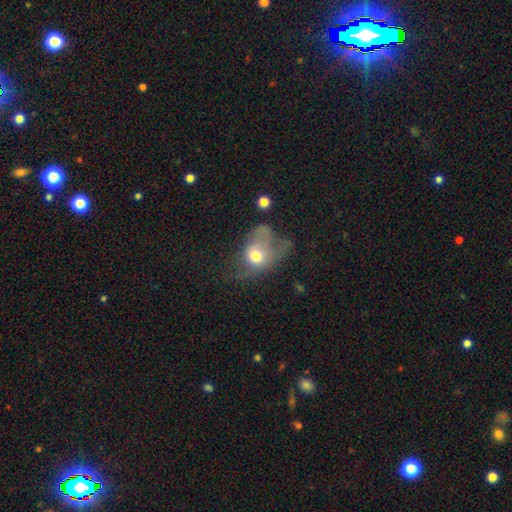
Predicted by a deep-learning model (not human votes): This is possibly a smooth galaxy (59%). How rounded: possibly in between (56%). Merging: possibly major disturbance (54%).